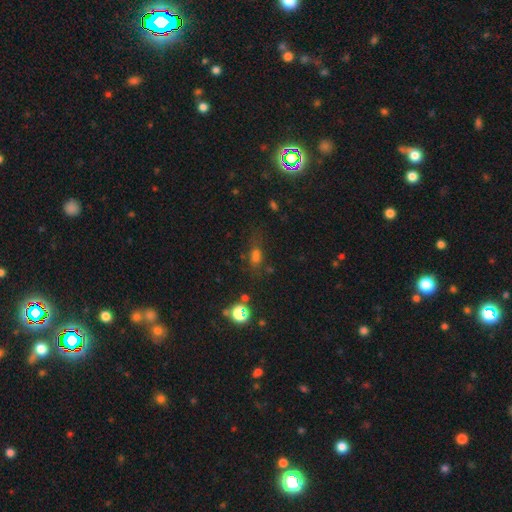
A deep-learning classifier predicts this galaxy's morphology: A smooth galaxy with no disk features (54%) that is in between round and cigar-shaped (59%).

Vote fractions:
- Smooth or featured? smooth: 54% / star or artifact: 32% / featured or disk: 14%
- How rounded? in between: 59% / round: 26% / cigar-shaped: 15%
- Merging? none: 54% / minor disturbance: 19% / major disturbance: 14% / merger: 13%